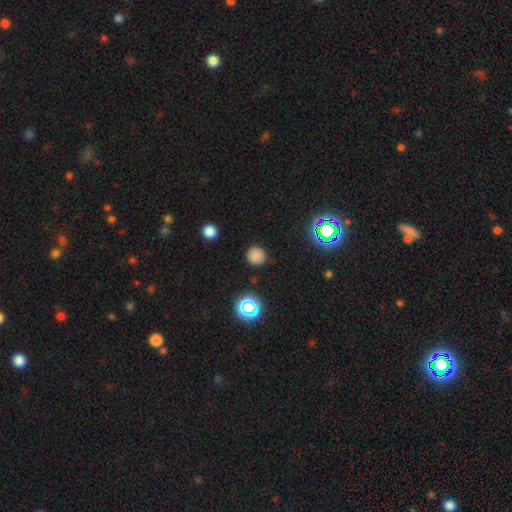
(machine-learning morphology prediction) smooth_or_featured: smooth (p=0.75) [alt: star or artifact p=0.20]
how_rounded: round (p=0.93) [alt: in between p=0.06]
merging: none (p=0.87) [alt: minor disturbance p=0.08]